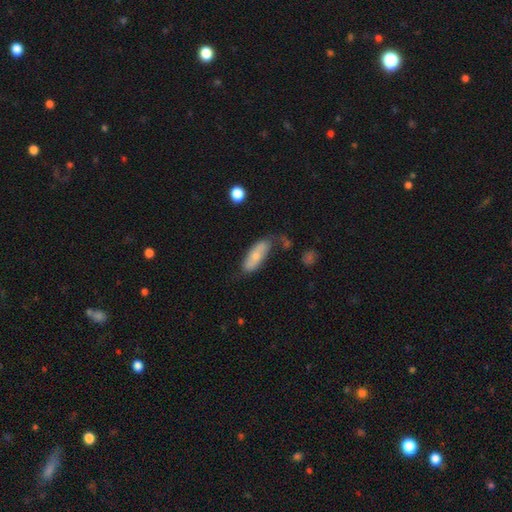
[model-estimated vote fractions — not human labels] Q: Smooth or featured?
A: smooth (61%); runner-up: featured or disk (33%)
Q: How rounded?
A: in between (69%); runner-up: cigar-shaped (29%)
Q: Merging?
A: none (55%); runner-up: minor disturbance (28%)